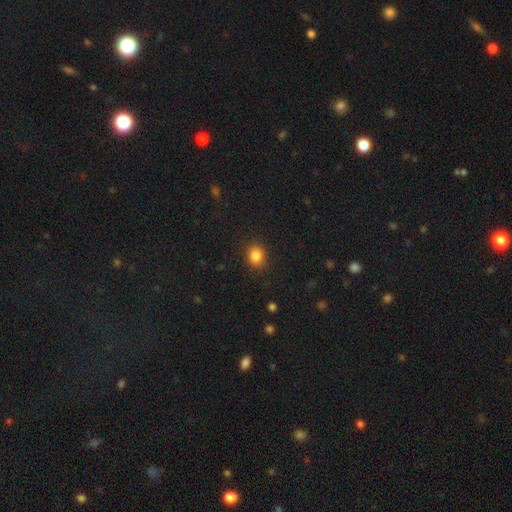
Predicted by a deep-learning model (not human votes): Q: Smooth or featured?
A: smooth (85%); runner-up: star or artifact (10%)
Q: How rounded?
A: round (62%); runner-up: in between (38%)
Q: Merging?
A: none (88%); runner-up: minor disturbance (8%)